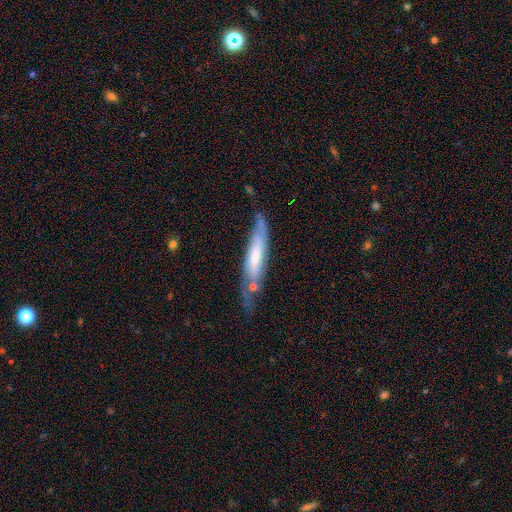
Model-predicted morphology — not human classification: smooth_or_featured: featured or disk (p=0.57) [alt: smooth p=0.36]
disk_edge_on: yes (p=0.56) [alt: no p=0.44]
merging: none (p=0.57) [alt: minor disturbance p=0.27]